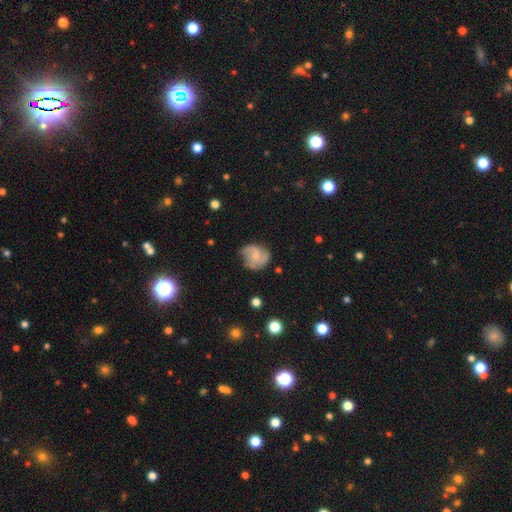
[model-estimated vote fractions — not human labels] Q: Smooth or featured?
A: featured or disk (52%); runner-up: smooth (41%)
Q: Edge-on disk?
A: no (97%); runner-up: yes (3%)
Q: Bar?
A: no (69%); runner-up: weak (27%)
Q: Spiral arms?
A: yes (80%); runner-up: no (20%)
Q: Bulge size?
A: small (58%); runner-up: moderate (31%)
Q: Merging?
A: none (56%); runner-up: minor disturbance (31%)